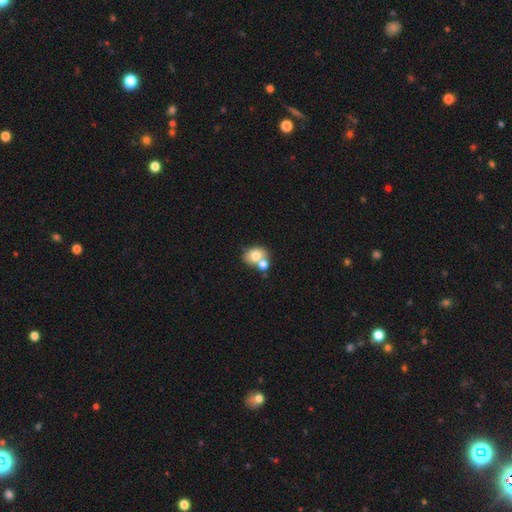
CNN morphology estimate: This appears to be a smooth galaxy with no disk features (75%) that is in between round and cigar-shaped (50%). Merging: merger (47%).